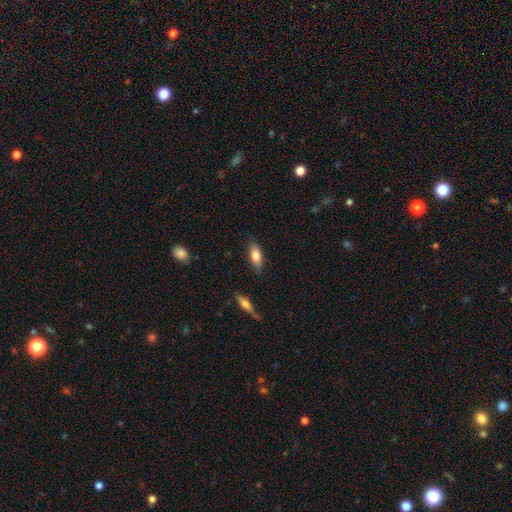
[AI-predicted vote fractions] A smooth galaxy with no disk features (76%) that is in between round and cigar-shaped (80%). Merging: none (84%).